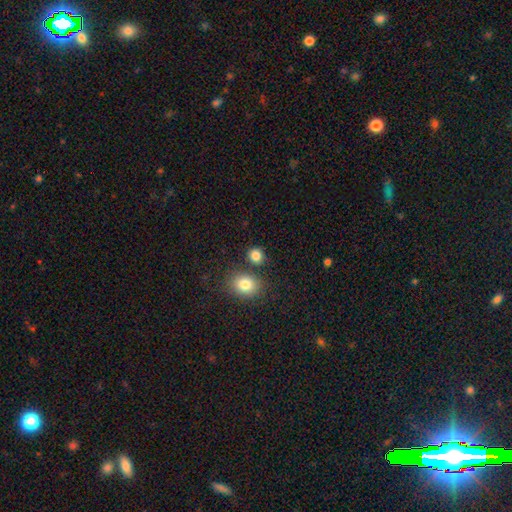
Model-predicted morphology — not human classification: The model was most divided on "how rounded": round: 76%, in between: 23%, cigar-shaped: 1%. More confident: smooth or featured — smooth (84%); merging — none (75%).